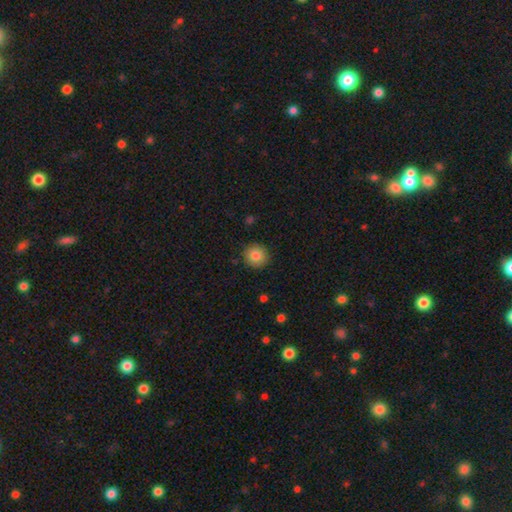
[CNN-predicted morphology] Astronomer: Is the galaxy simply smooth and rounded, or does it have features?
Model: smooth — 82%.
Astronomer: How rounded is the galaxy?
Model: round — 93%.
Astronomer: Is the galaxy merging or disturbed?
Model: none — 90%.